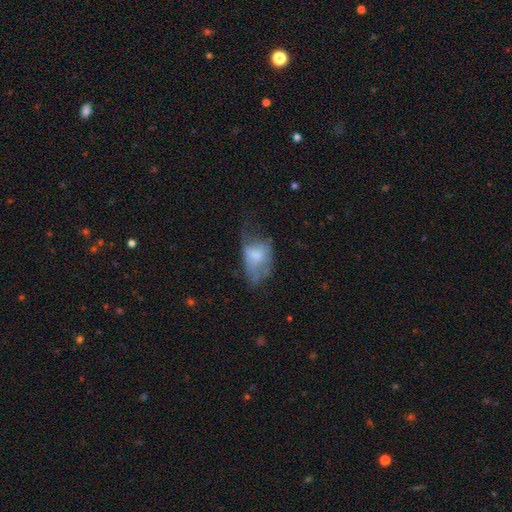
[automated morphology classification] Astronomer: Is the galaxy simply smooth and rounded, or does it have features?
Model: smooth — 59%.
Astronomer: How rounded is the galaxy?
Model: in between — 86%.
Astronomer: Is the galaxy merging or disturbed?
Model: major disturbance — 45% (runner-up: minor disturbance, 28%).